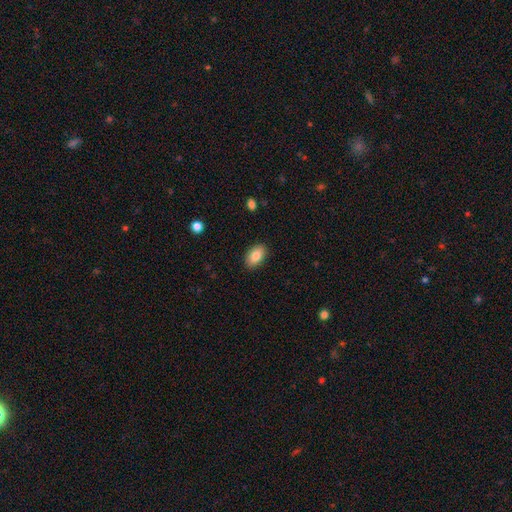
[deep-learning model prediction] Morphology: type=smooth (85%); roundness=in between (92%); merging=none (89%).